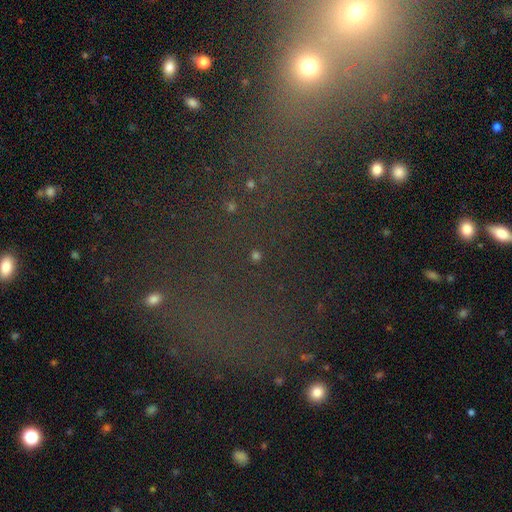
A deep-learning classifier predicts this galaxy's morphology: A star or artifact, not a galaxy (54%).

Vote fractions:
- Smooth or featured? star or artifact: 54% / smooth: 29% / featured or disk: 17%